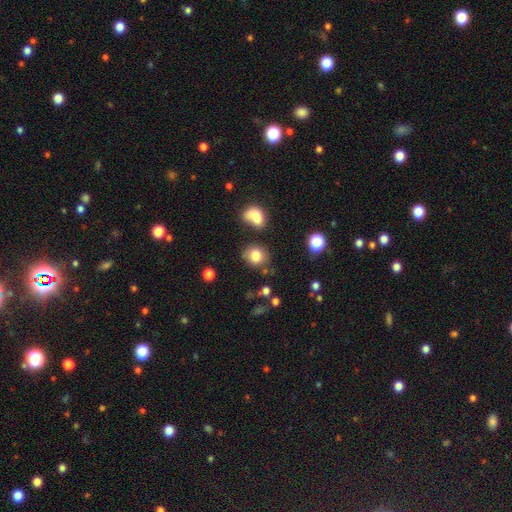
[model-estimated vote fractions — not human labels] A smooth galaxy with no disk features (81%) that is round (68%).

Vote fractions:
- Smooth or featured? smooth: 81% / star or artifact: 11% / featured or disk: 8%
- How rounded? round: 68% / in between: 31% / cigar-shaped: 1%
- Merging? none: 70% / minor disturbance: 16% / merger: 8% / major disturbance: 5%